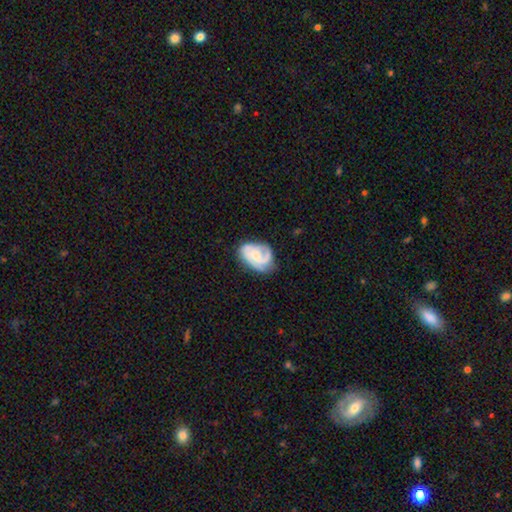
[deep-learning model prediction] The model was most divided on "spiral winding": medium: 43%, tight: 39%, loose: 18%. Remaining: edge-on disk — no (98%); spiral arms — yes (92%); smooth or featured — featured or disk (74%); merging — none (59%); bar — no (58%); spiral arm count — 2 (52%); bulge size — small (48%).